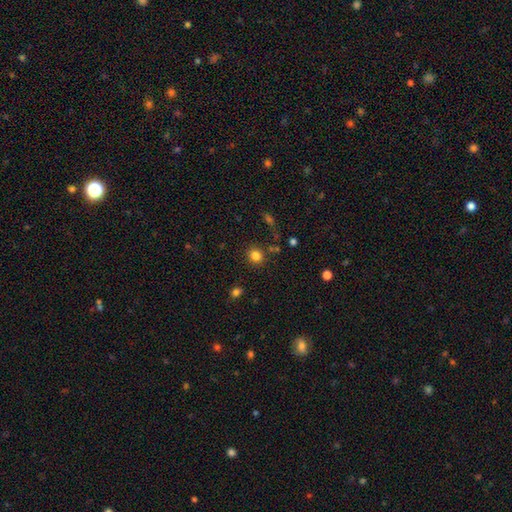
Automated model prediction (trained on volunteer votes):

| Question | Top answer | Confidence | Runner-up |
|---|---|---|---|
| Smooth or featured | smooth | 82% | star or artifact (13%) |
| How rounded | round | 81% | in between (18%) |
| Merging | none | 85% | minor disturbance (9%) |